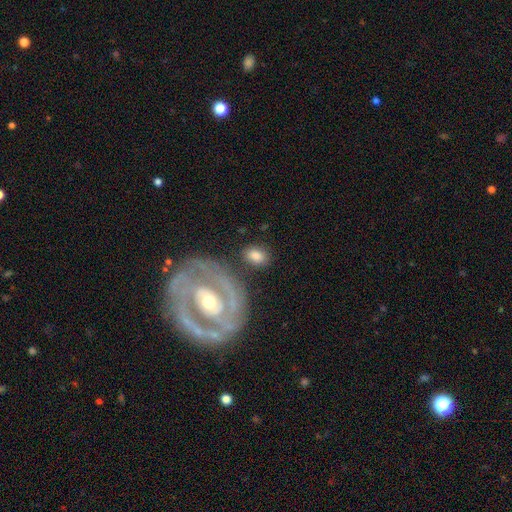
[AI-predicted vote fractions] smooth-or-featured: smooth: 71% | featured or disk: 23% | star or artifact: 6%
  how-rounded: in between: 82% | round: 17% | cigar-shaped: 2%
  merging: none: 73% | minor disturbance: 14% | merger: 7% | major disturbance: 6%